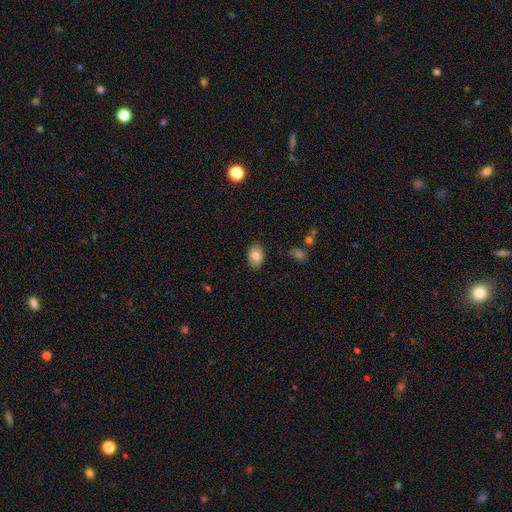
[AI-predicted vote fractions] This appears to be a smooth galaxy with no disk features (82%) that is in between round and cigar-shaped (85%). Merging: none (86%).